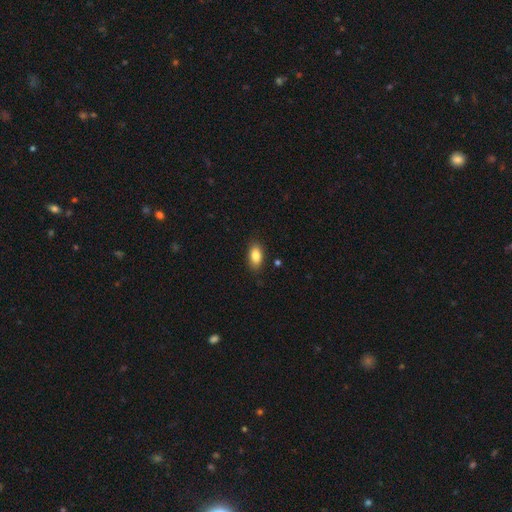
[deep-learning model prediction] A smooth galaxy with no disk features (85%) that is in between round and cigar-shaped (90%). Merging: none (86%).